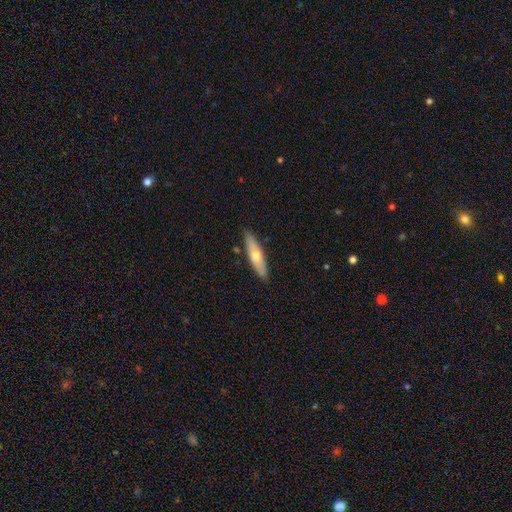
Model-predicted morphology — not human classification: Smooth or featured? Predicted: smooth (p=0.58). How rounded? Predicted: cigar-shaped (p=0.68). Merging? Predicted: none (p=0.84).